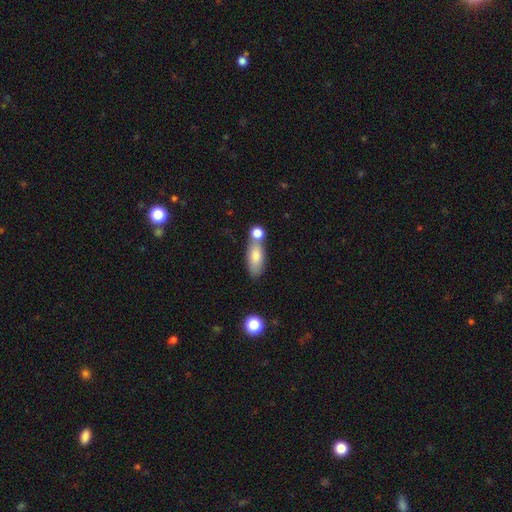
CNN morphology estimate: A smooth galaxy with no disk features (78%) that is in between round and cigar-shaped (78%).

Vote fractions:
- Smooth or featured? smooth: 78% / featured or disk: 15% / star or artifact: 7%
- How rounded? in between: 78% / cigar-shaped: 18% / round: 4%
- Merging? none: 50% / merger: 32% / minor disturbance: 14% / major disturbance: 5%